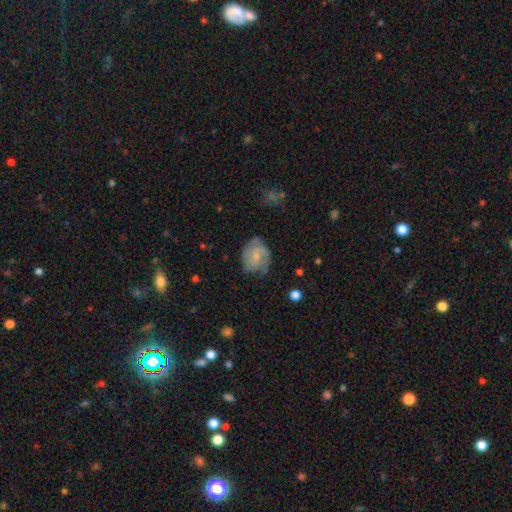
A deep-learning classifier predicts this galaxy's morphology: Smooth or featured? featured or disk (53%)
Edge-on disk? no (97%)
Bar? no (54%)
Spiral arms? yes (84%)
Bulge size? small (61%)
Merging? none (63%)